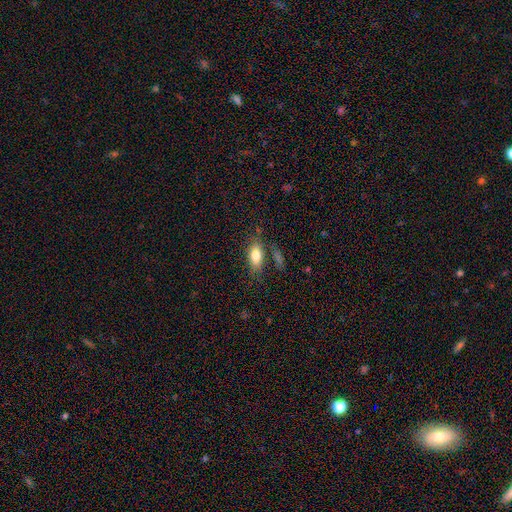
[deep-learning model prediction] A smooth galaxy with no disk features (78%) that is in between round and cigar-shaped (83%).

Vote fractions:
- Smooth or featured? smooth: 78% / featured or disk: 14% / star or artifact: 8%
- How rounded? in between: 83% / cigar-shaped: 12% / round: 5%
- Merging? none: 71% / minor disturbance: 17% / merger: 6% / major disturbance: 6%